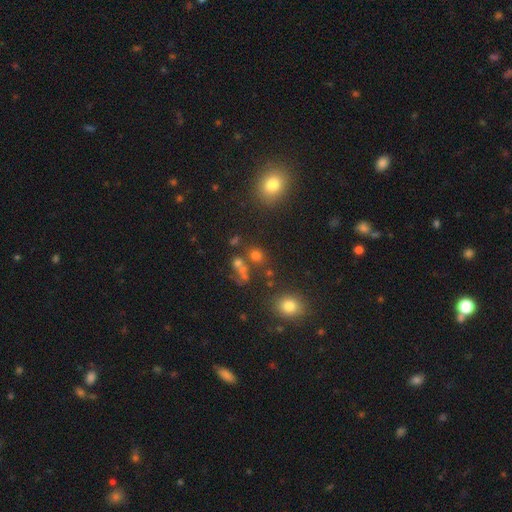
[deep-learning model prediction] Overall: smooth (68%). How rounded: round (75%). Merging: none (62%; merger 24%).